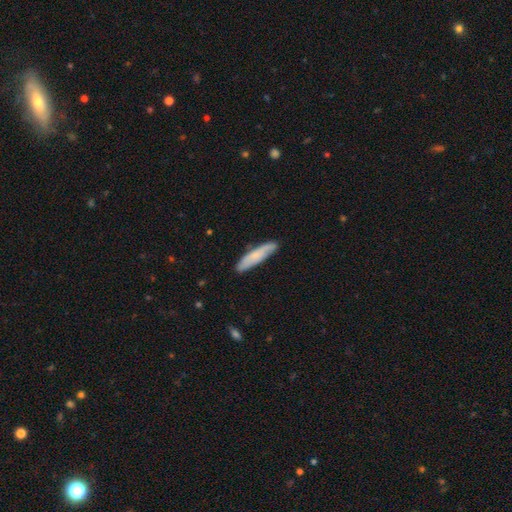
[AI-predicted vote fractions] A smooth galaxy with no disk features (70%) that is cigar-shaped (80%). Merging: none (84%).